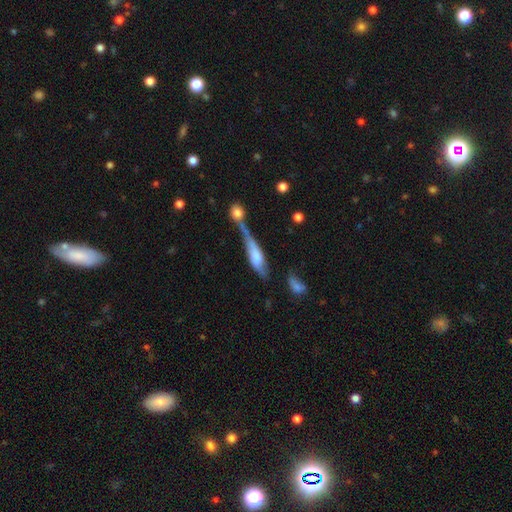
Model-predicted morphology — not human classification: A smooth galaxy with no disk features (56%) that is cigar-shaped (58%).

Vote fractions:
- Smooth or featured? smooth: 56% / featured or disk: 37% / star or artifact: 7%
- How rounded? cigar-shaped: 58% / in between: 39% / round: 3%
- Merging? merger: 41% / none: 23% / minor disturbance: 19% / major disturbance: 16%